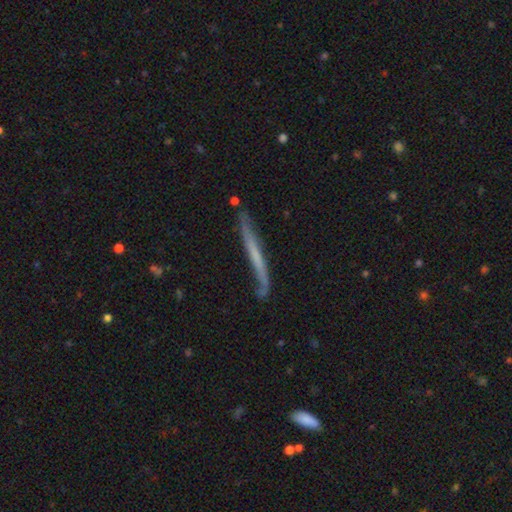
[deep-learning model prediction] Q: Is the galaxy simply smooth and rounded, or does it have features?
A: featured or disk — 55%.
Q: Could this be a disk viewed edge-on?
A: yes — 87%.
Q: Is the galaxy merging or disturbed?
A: none — 67%.